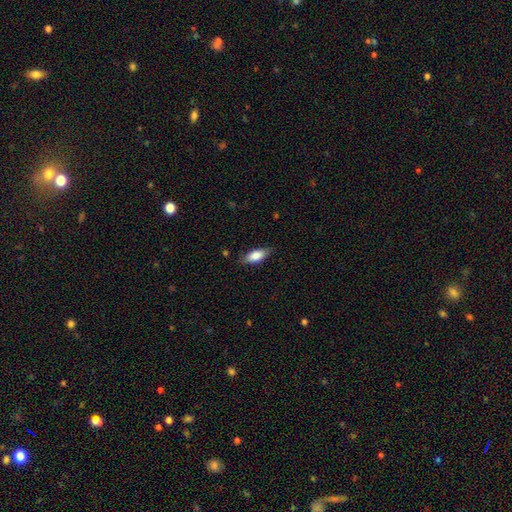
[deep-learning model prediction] smooth-or-featured: smooth: 80% | featured or disk: 14% | star or artifact: 6%
  how-rounded: in between: 81% | cigar-shaped: 16% | round: 3%
  merging: none: 81% | minor disturbance: 15% | major disturbance: 3% | merger: 1%